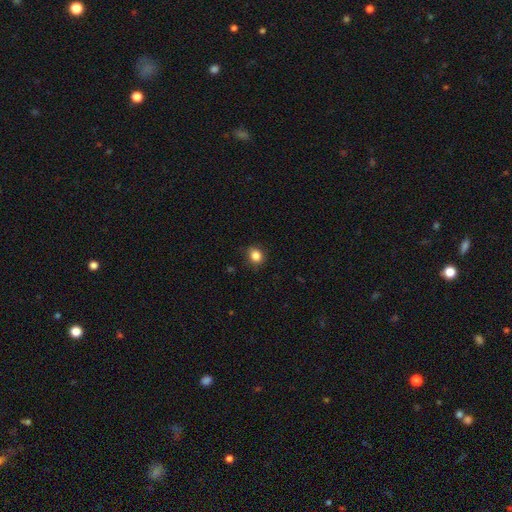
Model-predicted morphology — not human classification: Smooth or featured?
  - smooth: 85% *
  - star or artifact: 11%
  - featured or disk: 4%
How rounded?
  - round: 65% *
  - in between: 34%
  - cigar-shaped: 1%
Merging?
  - none: 85% *
  - minor disturbance: 11%
  - major disturbance: 3%
  - merger: 1%